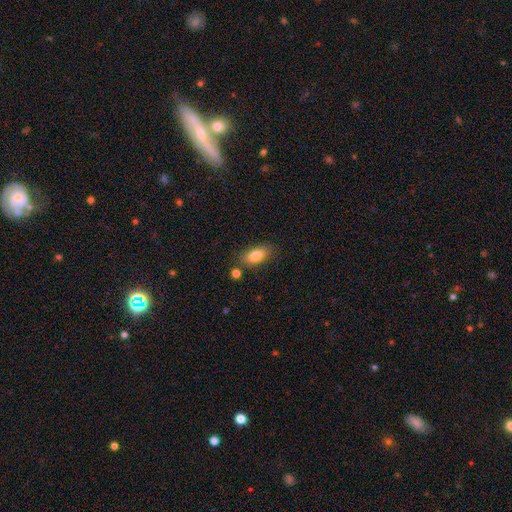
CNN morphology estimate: Smooth or featured? smooth (80%)
How rounded? in between (86%)
Merging? none (78%)